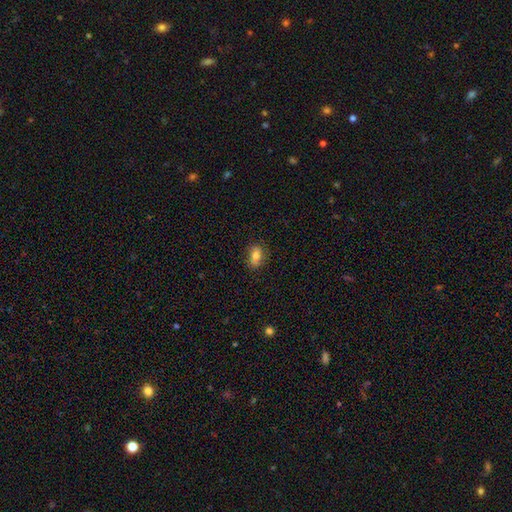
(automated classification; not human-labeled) Smooth or featured? smooth (67%)
How rounded? in between (76%)
Merging? none (80%)